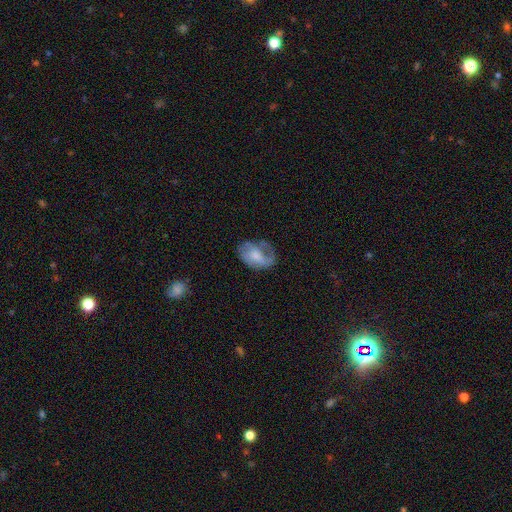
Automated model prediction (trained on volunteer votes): Morphology: type=featured or disk (50%); merging=none (50%).